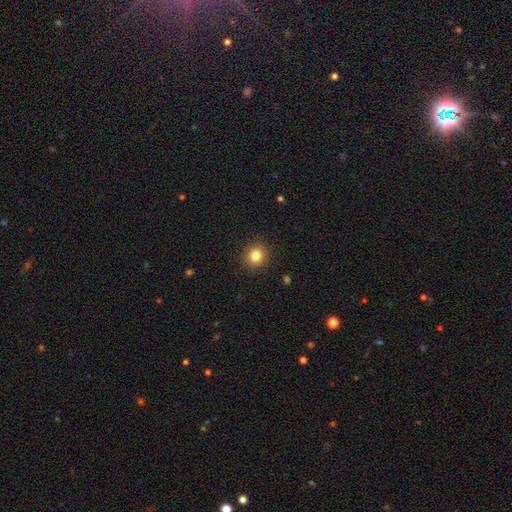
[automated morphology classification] smooth 83%, star or artifact 11%, featured or disk 6%. Down the decision tree: how rounded — round (86%); merging — none (91%).